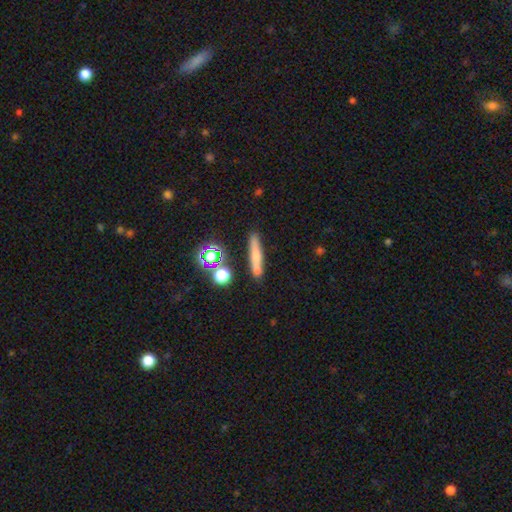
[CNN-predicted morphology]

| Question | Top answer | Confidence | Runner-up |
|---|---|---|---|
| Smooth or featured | smooth | 61% | featured or disk (25%) |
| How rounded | cigar-shaped | 83% | in between (10%) |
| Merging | none | 77% | minor disturbance (12%) |